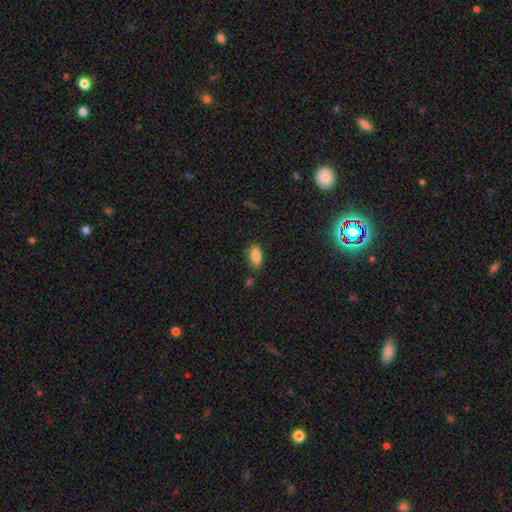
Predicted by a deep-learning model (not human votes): A smooth galaxy with no disk features (83%) that is in between round and cigar-shaped (85%). Merging: none (71%).